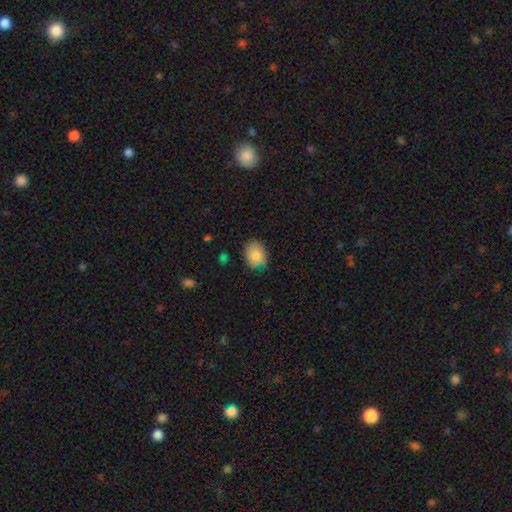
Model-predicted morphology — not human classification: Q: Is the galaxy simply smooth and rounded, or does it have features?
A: smooth — 78%.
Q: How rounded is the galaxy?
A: in between — 65%.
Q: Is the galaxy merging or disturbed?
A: none — 71%.